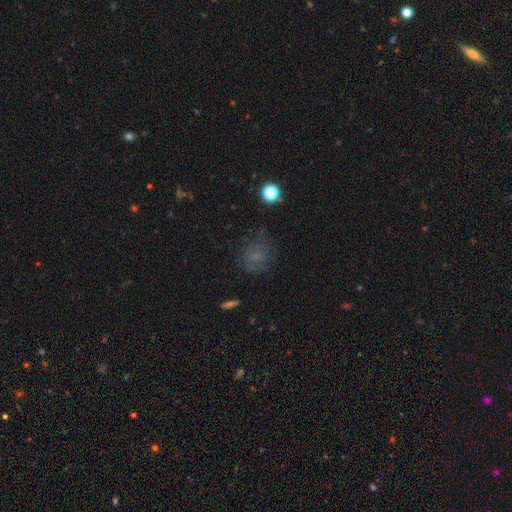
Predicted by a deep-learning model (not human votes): This is possibly a smooth galaxy (52%). How rounded: likely round (67%). Merging: likely none (63%).